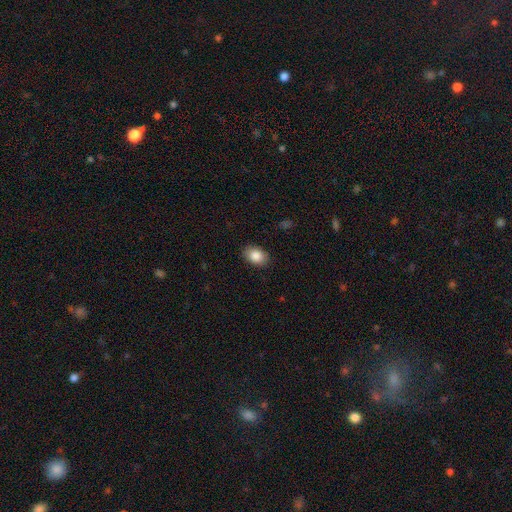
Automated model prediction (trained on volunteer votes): Smooth or featured? Predicted: smooth (p=0.86). How rounded? Predicted: in between (p=0.82). Merging? Predicted: none (p=0.89).